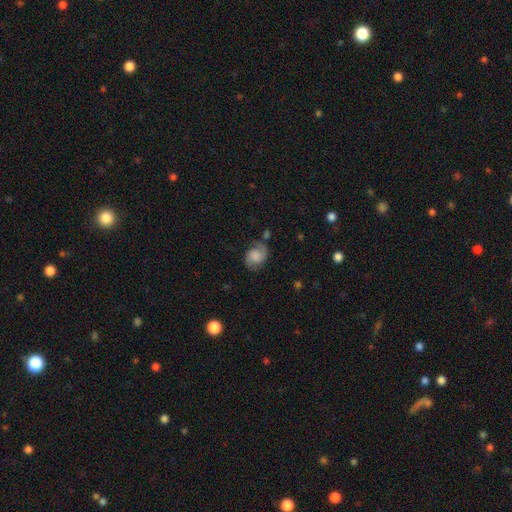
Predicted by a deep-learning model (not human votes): Smooth or featured? featured or disk (67%)
Edge-on disk? no (98%)
Bar? no (61%)
Spiral arms? yes (94%)
Spiral winding? medium (49%)
Spiral arm count? 2 (88%)
Bulge size? moderate (29%)
Merging? none (70%)